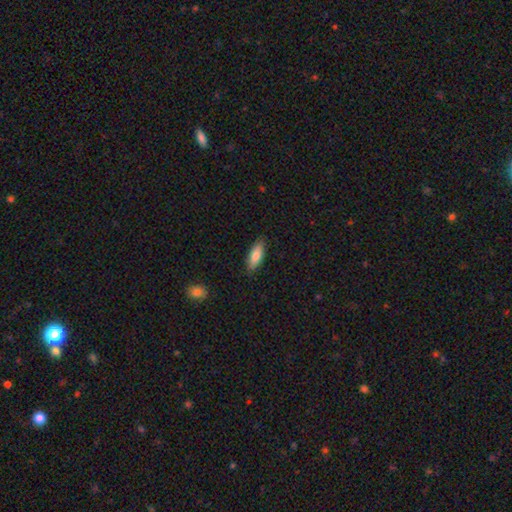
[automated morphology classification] smooth-or-featured: smooth: 78% | featured or disk: 16% | star or artifact: 6%
  how-rounded: in between: 70% | cigar-shaped: 28% | round: 2%
  merging: none: 86% | minor disturbance: 11% | major disturbance: 2% | merger: 1%